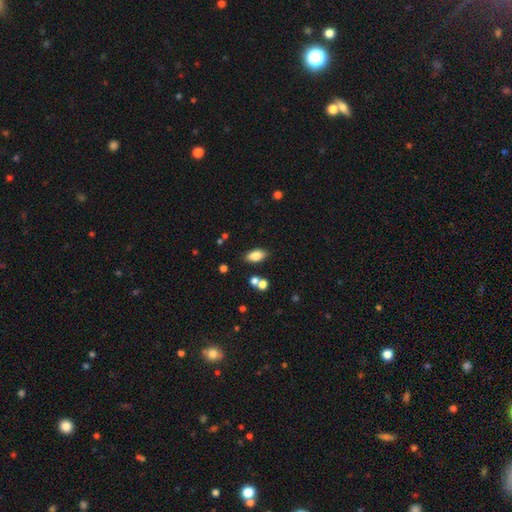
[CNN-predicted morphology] This appears to be a smooth galaxy with no disk features (81%) that is in between round and cigar-shaped (90%). Merging: none (81%).